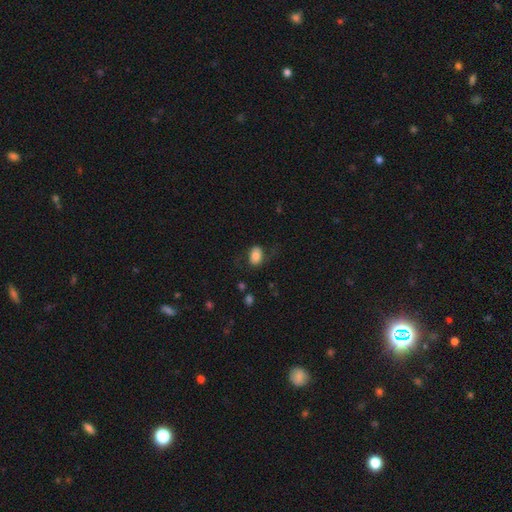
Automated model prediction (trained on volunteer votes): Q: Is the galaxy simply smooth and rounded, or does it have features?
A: smooth — 74%.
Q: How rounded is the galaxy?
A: in between — 82%.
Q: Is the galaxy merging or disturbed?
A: none — 66%.